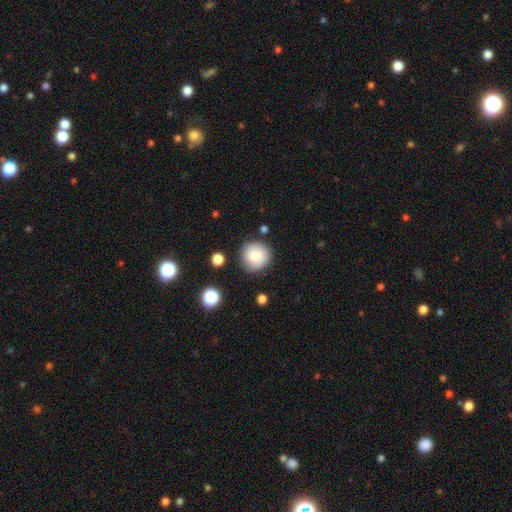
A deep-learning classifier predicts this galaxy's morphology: Overall: smooth (83%). How rounded: round (93%). Merging: none (84%).